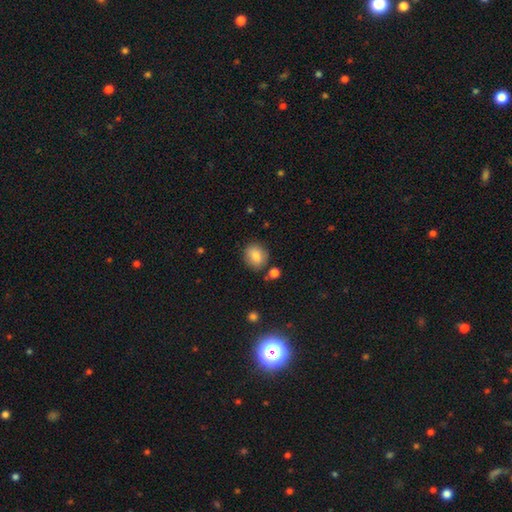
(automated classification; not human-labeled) smooth_or_featured: smooth (p=0.84) [alt: star or artifact p=0.09]
how_rounded: round (p=0.67) [alt: in between p=0.32]
merging: none (p=0.81) [alt: minor disturbance p=0.12]